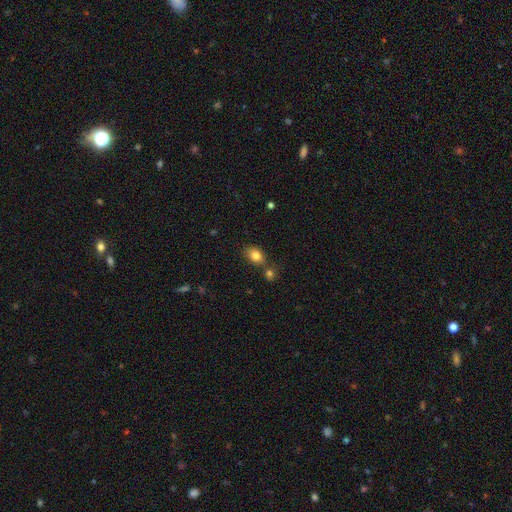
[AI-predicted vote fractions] smooth 82%, star or artifact 10%, featured or disk 7%. Down the decision tree: how rounded — in between (72%); merging — none (66%).